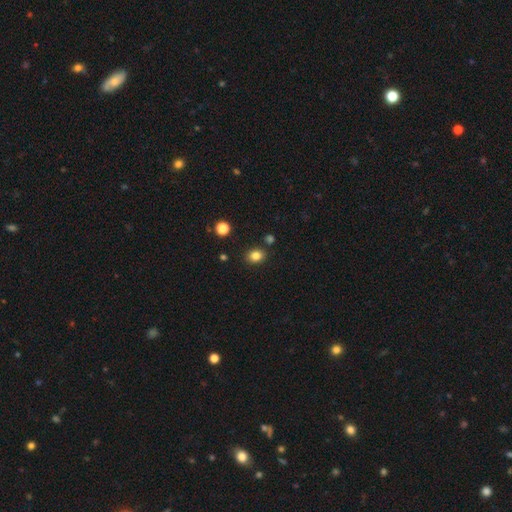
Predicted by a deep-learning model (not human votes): Smooth or featured: smooth — 83% (star or artifact — 12%)
How rounded: in between — 52% (round — 47%)
Merging: none — 84% (minor disturbance — 9%)